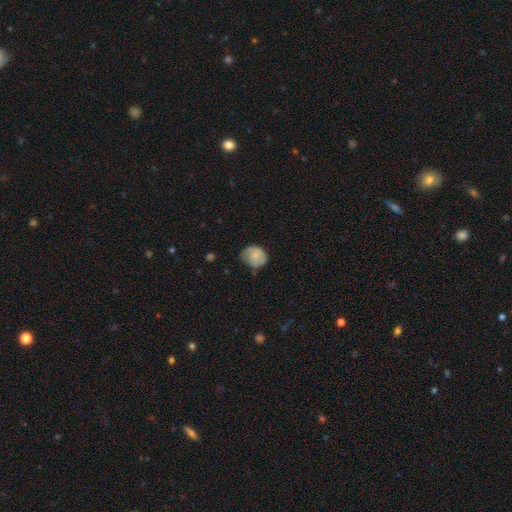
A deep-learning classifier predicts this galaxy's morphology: The model was most divided on "merging": none: 44%, minor disturbance: 41%, major disturbance: 13%, merger: 2%. More confident: smooth or featured — smooth (71%); how rounded — round (66%).